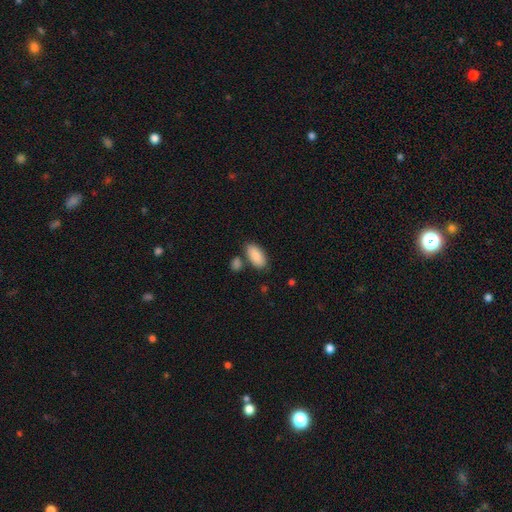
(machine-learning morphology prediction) A smooth galaxy with no disk features (88%) that is in between round and cigar-shaped (93%). Merging: none (74%).